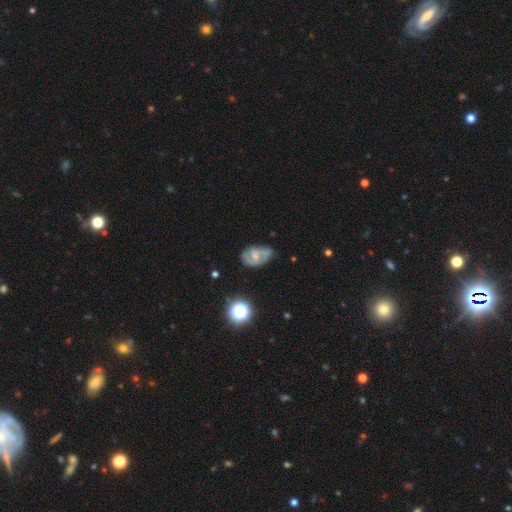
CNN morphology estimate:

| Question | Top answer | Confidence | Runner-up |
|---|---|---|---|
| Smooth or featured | featured or disk | 66% | smooth (24%) |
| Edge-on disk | no | 97% | yes (3%) |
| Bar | weak | 49% | no (39%) |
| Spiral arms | yes | 81% | no (19%) |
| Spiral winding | medium | 47% | tight (28%) |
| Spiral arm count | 2 | 68% | can't tell (18%) |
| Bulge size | small | 45% | moderate (32%) |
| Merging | none | 55% | minor disturbance (28%) |